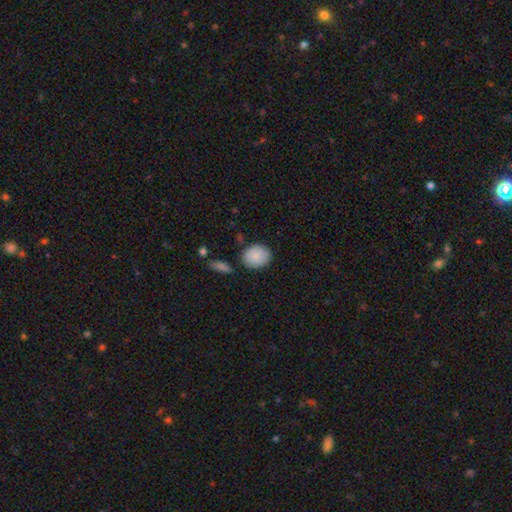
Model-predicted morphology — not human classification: smooth-or-featured: smooth: 88% | star or artifact: 6% | featured or disk: 6%
  how-rounded: in between: 51% | round: 47% | cigar-shaped: 1%
  merging: none: 78% | minor disturbance: 15% | merger: 4% | major disturbance: 3%